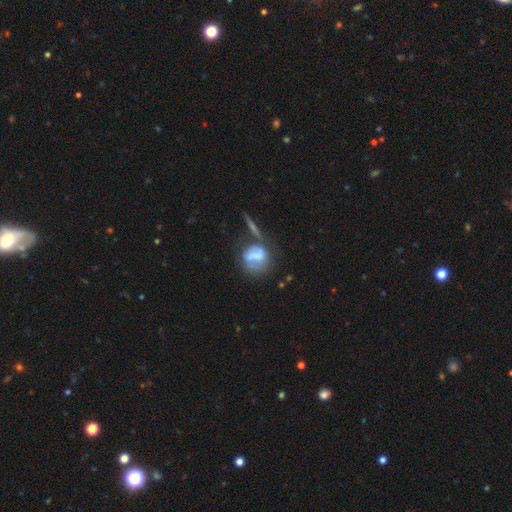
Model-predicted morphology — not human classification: The model was most divided on "smooth or featured": smooth: 48%, featured or disk: 40%, star or artifact: 11%. Remaining: merging — none (41%).